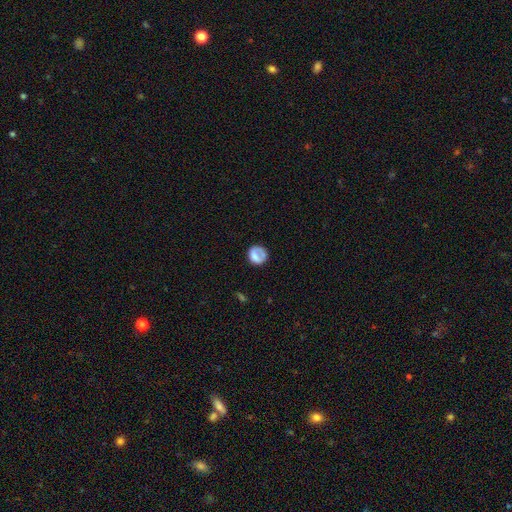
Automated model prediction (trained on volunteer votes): A smooth galaxy with no disk features (68%) that is round (80%).

Vote fractions:
- Smooth or featured? smooth: 68% / featured or disk: 23% / star or artifact: 9%
- How rounded? round: 80% / in between: 19% / cigar-shaped: 1%
- Merging? none: 59% / minor disturbance: 22% / major disturbance: 16% / merger: 3%